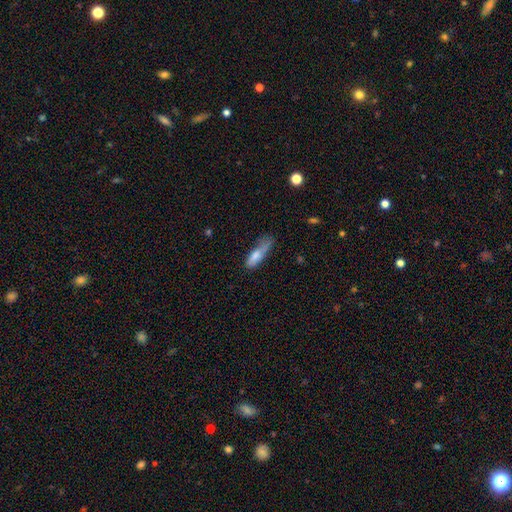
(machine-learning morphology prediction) Smooth or featured? smooth (74%)
How rounded? cigar-shaped (60%)
Merging? none (37%)